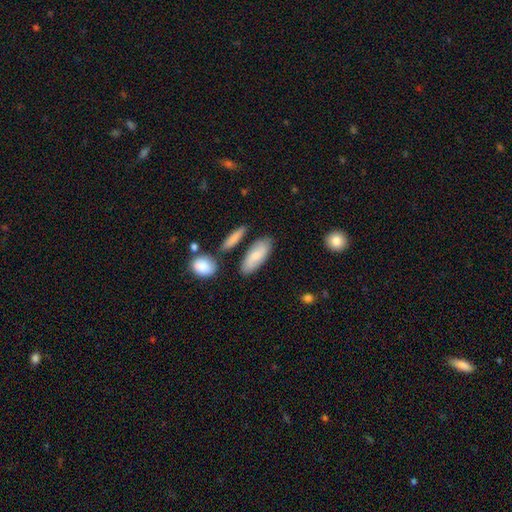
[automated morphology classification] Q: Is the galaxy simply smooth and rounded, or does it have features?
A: smooth — 70%.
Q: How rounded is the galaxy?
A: in between — 78%.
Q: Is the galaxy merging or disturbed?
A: none — 74%.